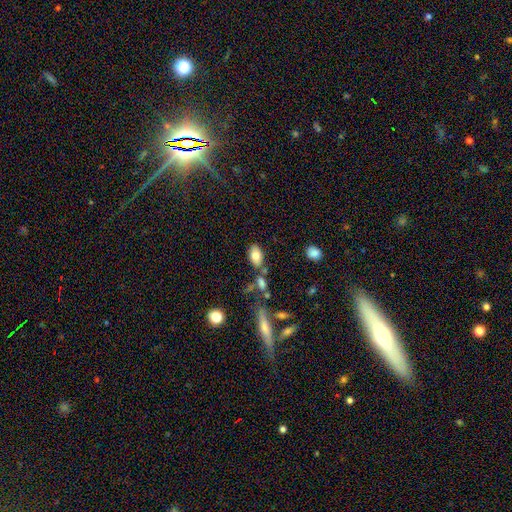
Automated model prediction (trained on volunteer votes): Smooth or featured?
  - smooth: 79% *
  - featured or disk: 13%
  - star or artifact: 8%
How rounded?
  - in between: 91% *
  - round: 6%
  - cigar-shaped: 3%
Merging?
  - none: 70% *
  - minor disturbance: 14%
  - merger: 11%
  - major disturbance: 4%